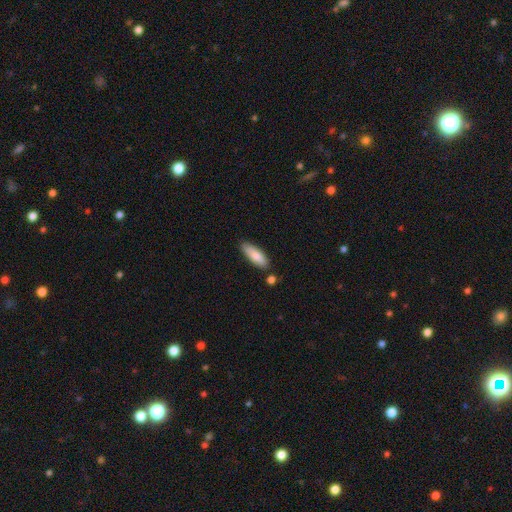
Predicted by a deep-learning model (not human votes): smooth-or-featured: smooth: 83% | featured or disk: 11% | star or artifact: 6%
  how-rounded: in between: 58% | cigar-shaped: 40% | round: 2%
  merging: none: 77% | minor disturbance: 15% | merger: 6% | major disturbance: 3%